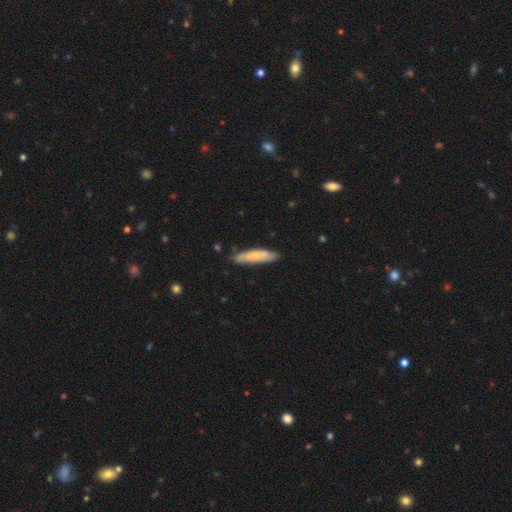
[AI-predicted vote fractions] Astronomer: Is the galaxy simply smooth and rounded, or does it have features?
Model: smooth — 64%.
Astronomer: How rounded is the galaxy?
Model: cigar-shaped — 80%.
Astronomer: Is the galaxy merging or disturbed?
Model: none — 81%.